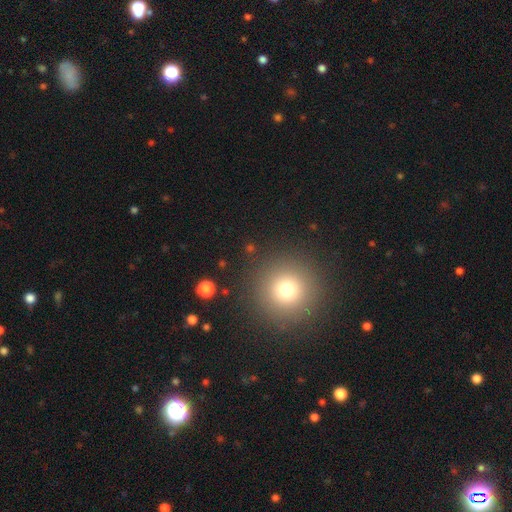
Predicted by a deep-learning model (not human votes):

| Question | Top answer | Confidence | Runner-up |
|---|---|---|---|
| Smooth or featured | smooth | 68% | star or artifact (25%) |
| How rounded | round | 96% | in between (3%) |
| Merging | none | 92% | minor disturbance (5%) |